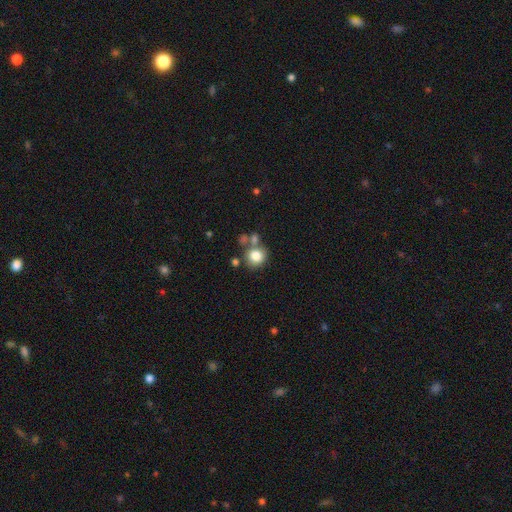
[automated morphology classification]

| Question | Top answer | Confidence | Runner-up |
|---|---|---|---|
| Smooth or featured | smooth | 79% | featured or disk (11%) |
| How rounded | round | 84% | in between (15%) |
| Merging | none | 59% | merger (23%) |